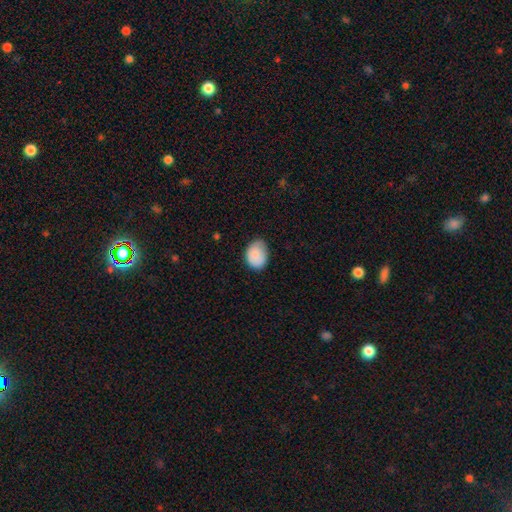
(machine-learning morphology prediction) Overall: smooth (84%). How rounded: in between (68%; round 32%). Merging: none (70%).